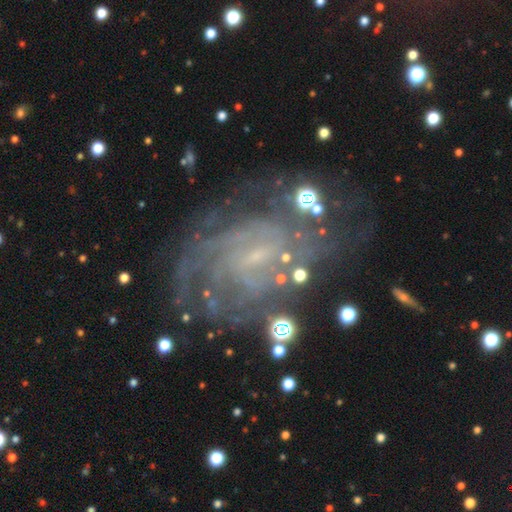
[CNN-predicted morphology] Smooth or featured? featured or disk (81%)
Edge-on disk? no (97%)
Bar? weak (49%)
Spiral arms? yes (90%)
Spiral winding? tight (61%)
Spiral arm count? can't tell (45%)
Bulge size? small (61%)
Merging? none (66%)